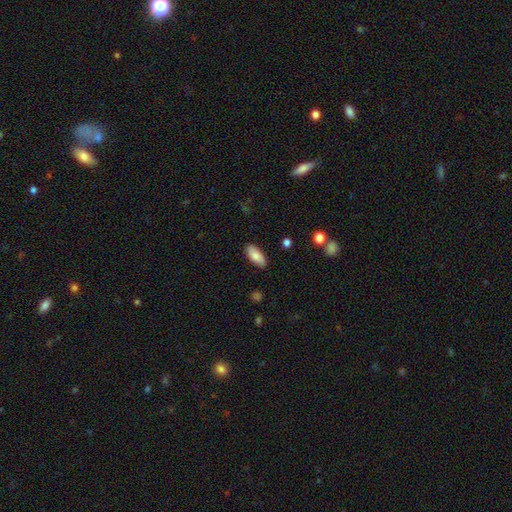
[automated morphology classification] Q: Smooth or featured?
A: smooth (83%); runner-up: featured or disk (10%)
Q: How rounded?
A: in between (87%); runner-up: cigar-shaped (11%)
Q: Merging?
A: none (87%); runner-up: minor disturbance (9%)